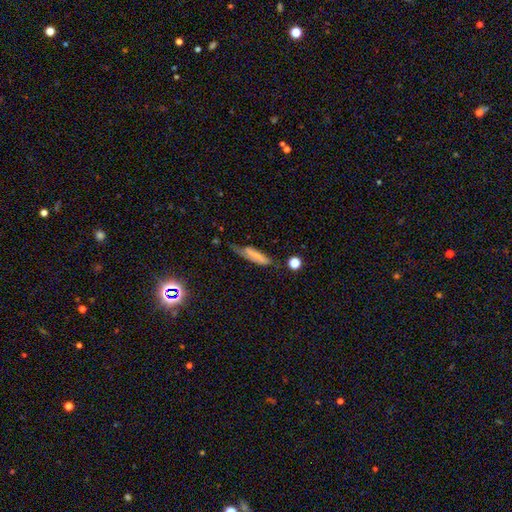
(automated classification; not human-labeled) A smooth galaxy with no disk features (62%) that is cigar-shaped (60%).

Vote fractions:
- Smooth or featured? smooth: 62% / featured or disk: 30% / star or artifact: 8%
- How rounded? cigar-shaped: 60% / in between: 37% / round: 3%
- Merging? none: 40% / minor disturbance: 34% / major disturbance: 21% / merger: 5%